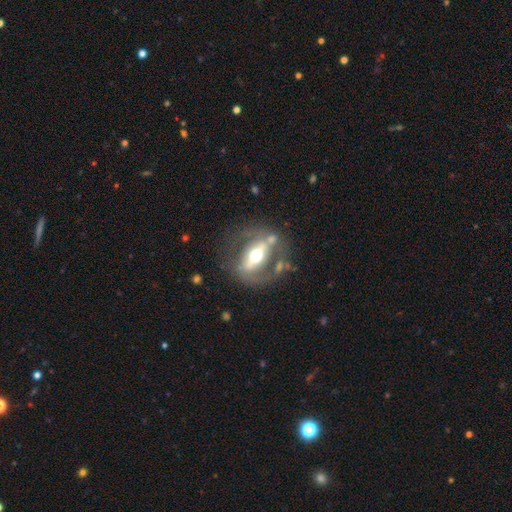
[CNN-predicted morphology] Q: Smooth or featured?
A: featured or disk (72%); runner-up: smooth (22%)
Q: Edge-on disk?
A: no (80%); runner-up: yes (20%)
Q: Bar?
A: strong (62%); runner-up: no (19%)
Q: Spiral arms?
A: no (65%); runner-up: yes (35%)
Q: Bulge size?
A: moderate (69%); runner-up: large (19%)
Q: Merging?
A: none (62%); runner-up: minor disturbance (17%)